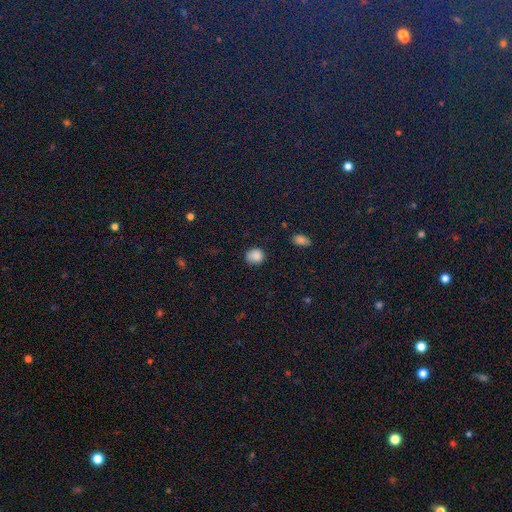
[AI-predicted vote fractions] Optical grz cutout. It shows a smooth galaxy with no disk features (85%) that is round (74%). Merging: none (72%).